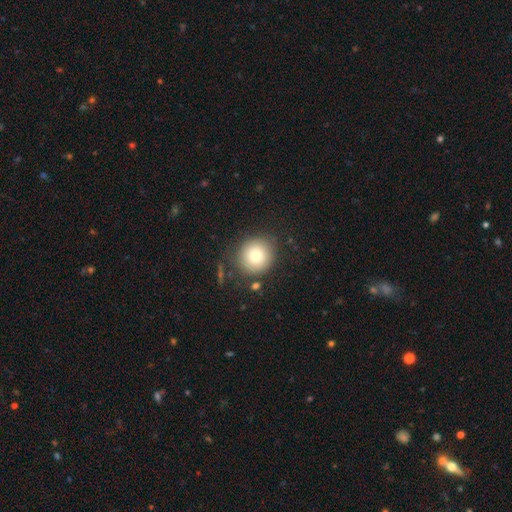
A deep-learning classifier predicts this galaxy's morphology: Overall: smooth (78%). How rounded: round (90%). Merging: none (81%).